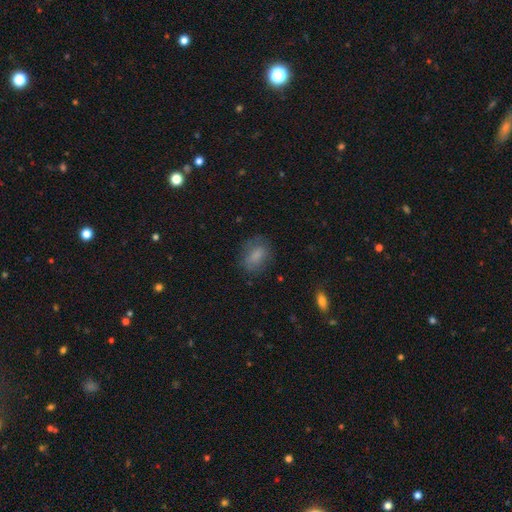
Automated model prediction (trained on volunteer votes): Smooth or featured?
  - smooth: 78% *
  - featured or disk: 13%
  - star or artifact: 9%
How rounded?
  - in between: 70% *
  - round: 28%
  - cigar-shaped: 2%
Merging?
  - none: 72% *
  - minor disturbance: 19%
  - major disturbance: 8%
  - merger: 1%